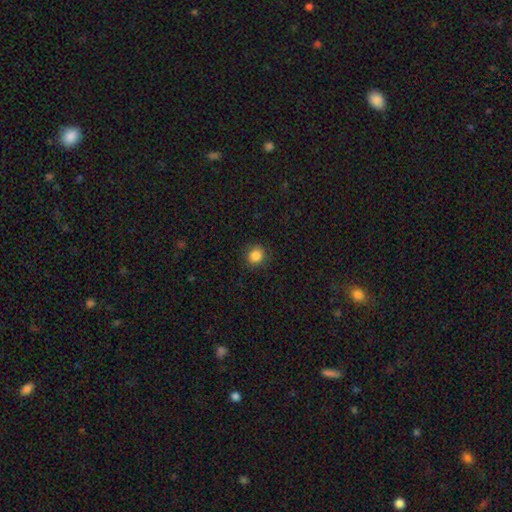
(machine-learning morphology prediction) This is clearly a smooth galaxy (86%). How rounded: clearly round (85%). Merging: clearly none (88%).